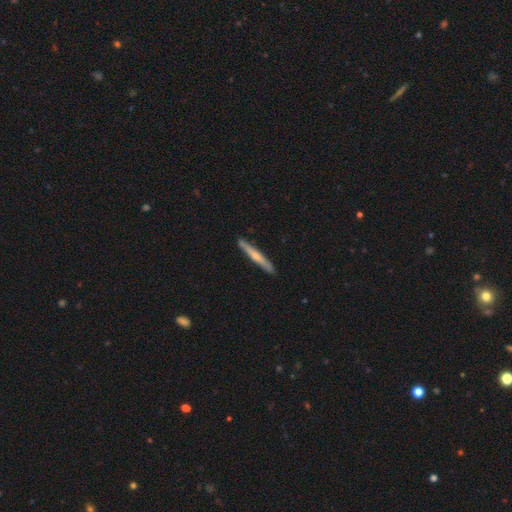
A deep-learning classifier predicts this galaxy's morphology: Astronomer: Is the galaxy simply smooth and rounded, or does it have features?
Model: featured or disk — 49% (runner-up: smooth, 46%).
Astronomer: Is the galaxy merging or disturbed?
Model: none — 88%.